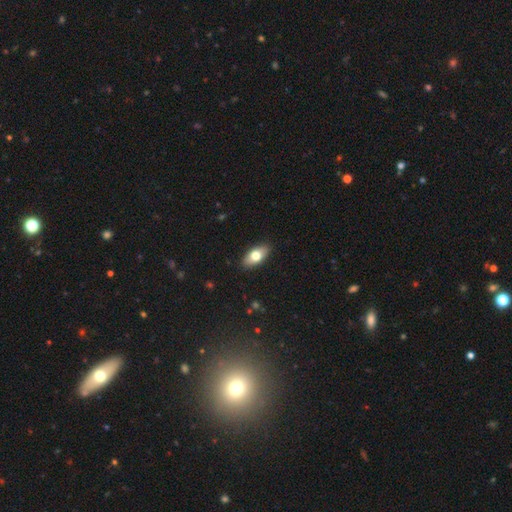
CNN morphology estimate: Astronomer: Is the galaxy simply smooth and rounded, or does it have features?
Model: smooth — 71%.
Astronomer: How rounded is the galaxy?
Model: in between — 88%.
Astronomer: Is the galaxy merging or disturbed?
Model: none — 89%.